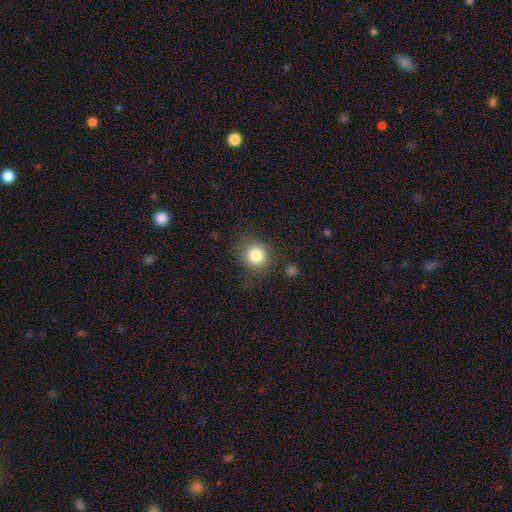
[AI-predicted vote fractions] A smooth galaxy with no disk features (83%) that is round (82%).

Vote fractions:
- Smooth or featured? smooth: 83% / star or artifact: 10% / featured or disk: 7%
- How rounded? round: 82% / in between: 17% / cigar-shaped: 1%
- Merging? none: 79% / minor disturbance: 13% / major disturbance: 5% / merger: 3%